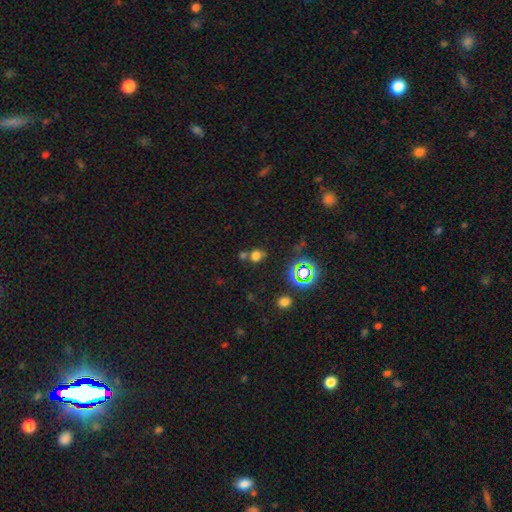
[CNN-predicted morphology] A smooth galaxy with no disk features (63%) that is round (79%). Merging: none (58%).